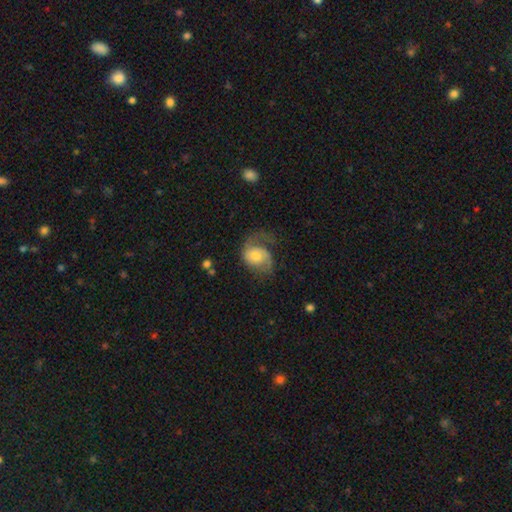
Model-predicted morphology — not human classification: A featured or disk galaxy (60%) with no bar (69%), spiral arms (86%) and a moderate central bulge (51%).

Vote fractions:
- Smooth or featured? featured or disk: 60% / smooth: 33% / star or artifact: 7%
- Edge-on disk? no: 97% / yes: 3%
- Bar? no: 69% / weak: 27% / strong: 5%
- Spiral arms? yes: 86% / no: 14%
- Bulge size? moderate: 51% / small: 32% / large: 11% / none: 4% / dominant: 2%
- Merging? none: 38% / major disturbance: 37% / minor disturbance: 23% / merger: 2%